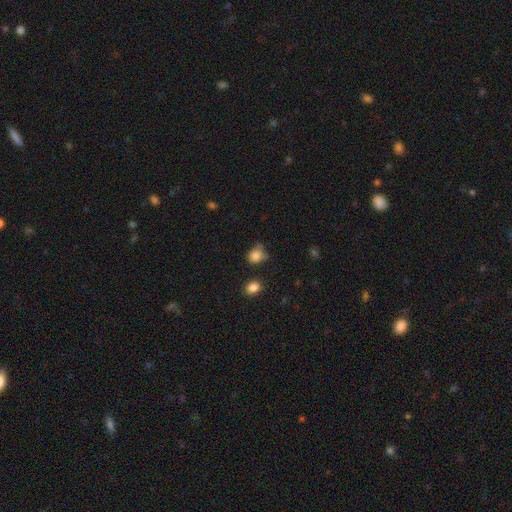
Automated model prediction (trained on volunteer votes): This is clearly a smooth galaxy (81%). How rounded: likely round (63%). Merging: possibly none (49%).